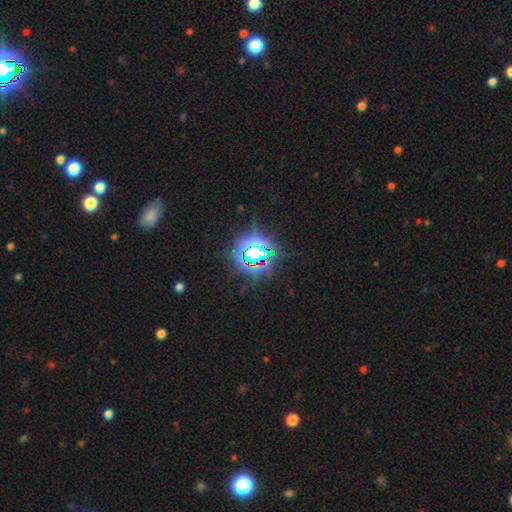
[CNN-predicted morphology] star or artifact 80%, smooth 13%, featured or disk 7%.